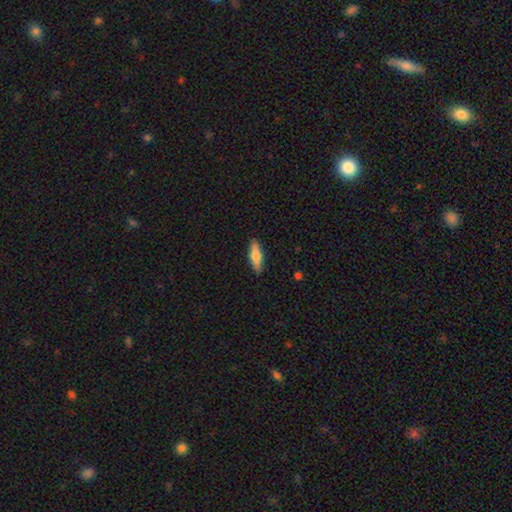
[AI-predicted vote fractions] Smooth or featured: smooth — 65% (featured or disk — 30%)
How rounded: cigar-shaped — 55% (in between — 43%)
Merging: none — 89% (minor disturbance — 8%)